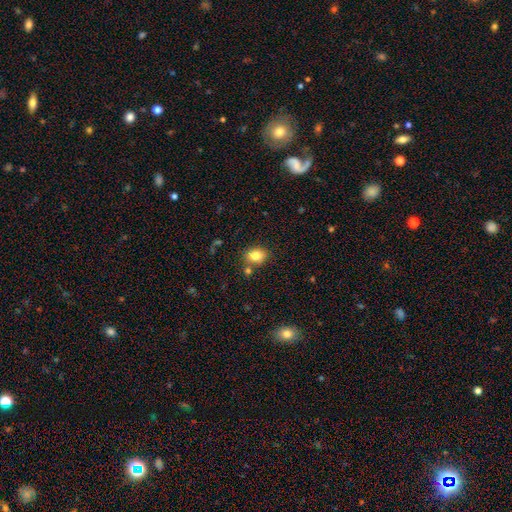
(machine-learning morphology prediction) The model was most divided on "how rounded": in between: 63%, round: 36%, cigar-shaped: 1%. More confident: smooth or featured — smooth (82%); merging — none (75%).